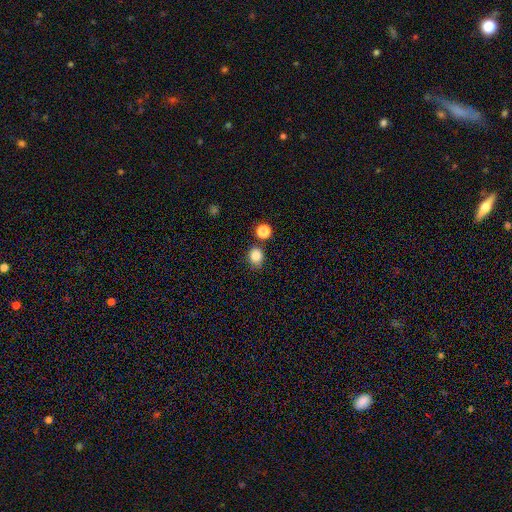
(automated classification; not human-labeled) Smooth or featured?
  - smooth: 84% *
  - star or artifact: 11%
  - featured or disk: 5%
How rounded?
  - round: 67% *
  - in between: 32%
  - cigar-shaped: 1%
Merging?
  - none: 76% *
  - minor disturbance: 12%
  - merger: 9%
  - major disturbance: 3%